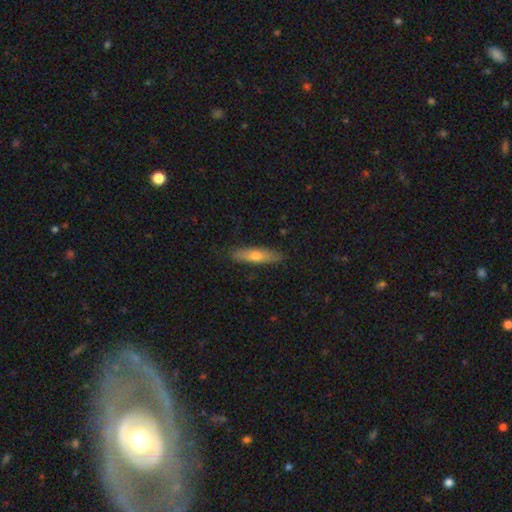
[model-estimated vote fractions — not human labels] A smooth galaxy with no disk features (63%) that is cigar-shaped (71%). Merging: none (87%).